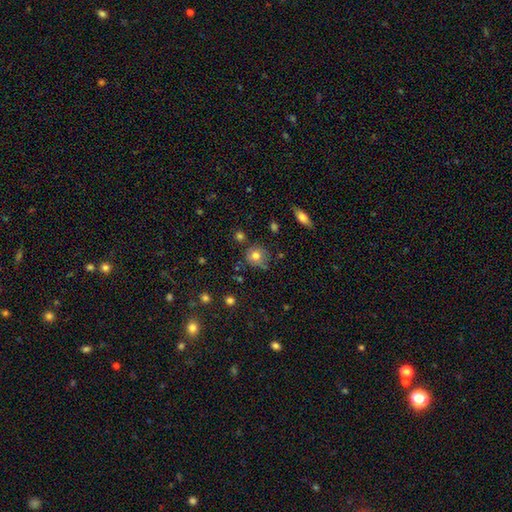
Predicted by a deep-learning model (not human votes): This is likely a smooth galaxy (77%). How rounded: clearly round (86%). Merging: likely none (71%).